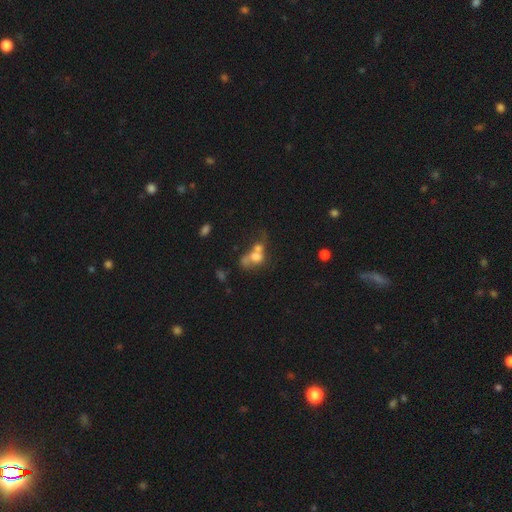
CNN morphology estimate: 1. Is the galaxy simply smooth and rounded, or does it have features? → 57% smooth, 29% featured or disk, 15% star or artifact.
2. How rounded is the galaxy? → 55% in between, 42% round, 3% cigar-shaped.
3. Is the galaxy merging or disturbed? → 64% merger, 14% none, 14% major disturbance, 7% minor disturbance.